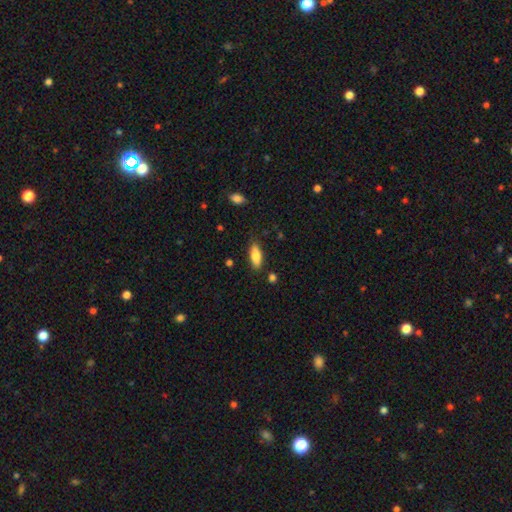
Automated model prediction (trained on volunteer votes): Q: Smooth or featured?
A: smooth (83%); runner-up: featured or disk (10%)
Q: How rounded?
A: in between (70%); runner-up: cigar-shaped (28%)
Q: Merging?
A: none (81%); runner-up: minor disturbance (14%)